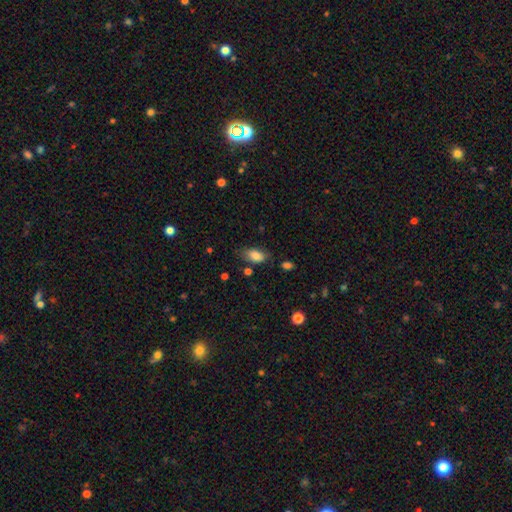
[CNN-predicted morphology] This is clearly a smooth galaxy (84%). How rounded: clearly in between (91%). Merging: likely none (70%).